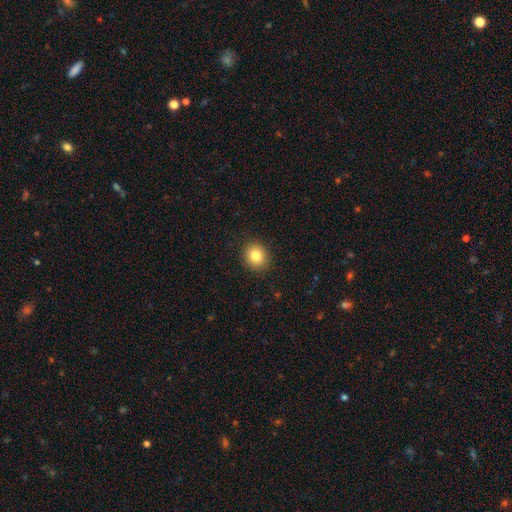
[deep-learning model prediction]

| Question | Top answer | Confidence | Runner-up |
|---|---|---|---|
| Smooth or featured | smooth | 83% | star or artifact (10%) |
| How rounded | round | 79% | in between (20%) |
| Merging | none | 90% | minor disturbance (7%) |